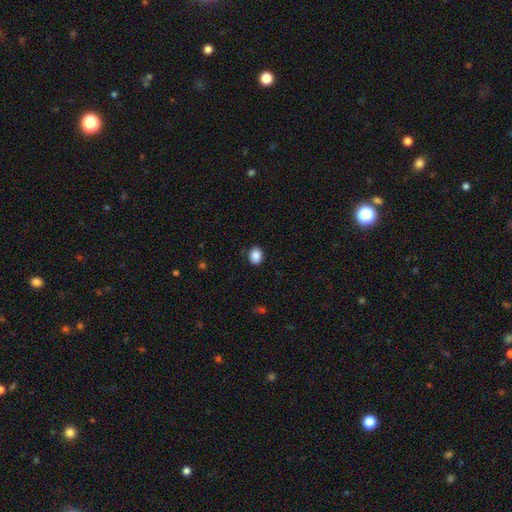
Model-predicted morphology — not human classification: A smooth galaxy with no disk features (88%) that is in between round and cigar-shaped (53%). Merging: none (86%).